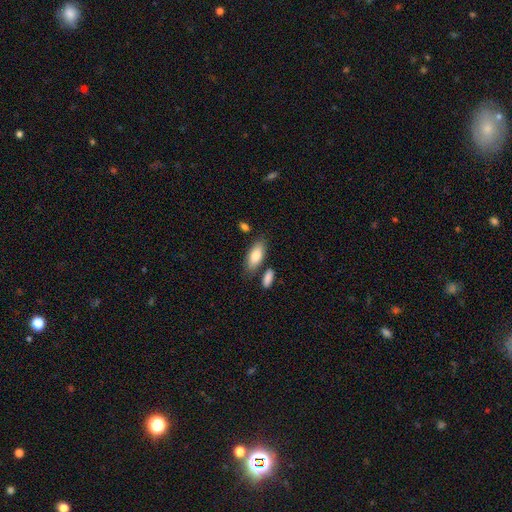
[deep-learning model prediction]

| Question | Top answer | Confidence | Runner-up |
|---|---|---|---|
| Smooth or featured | smooth | 82% | featured or disk (12%) |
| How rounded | in between | 85% | cigar-shaped (13%) |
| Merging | none | 73% | minor disturbance (14%) |